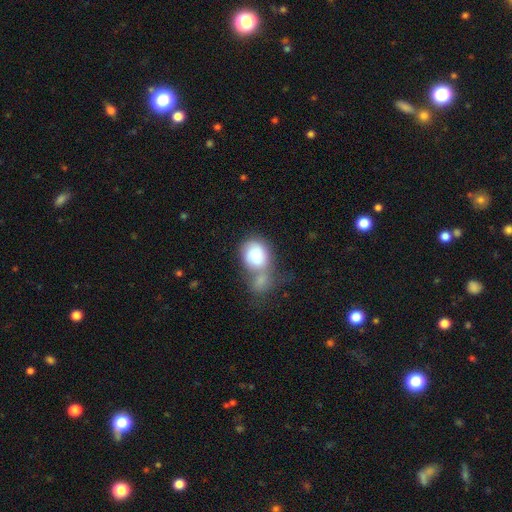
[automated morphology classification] Smooth or featured? Predicted: smooth (p=0.74). How rounded? Predicted: round (p=0.50). Merging? Predicted: merger (p=0.58).